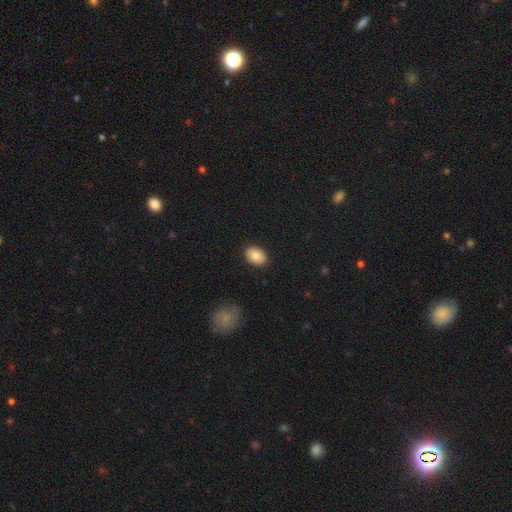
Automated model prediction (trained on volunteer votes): This is clearly a smooth galaxy (86%). How rounded: likely in between (78%). Merging: clearly none (89%).